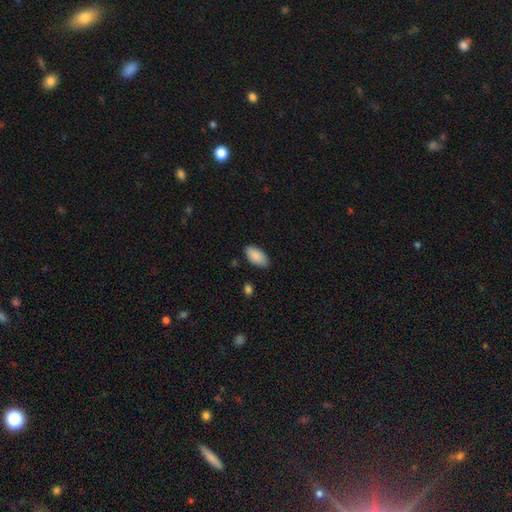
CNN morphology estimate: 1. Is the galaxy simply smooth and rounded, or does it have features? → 89% smooth, 6% star or artifact, 5% featured or disk.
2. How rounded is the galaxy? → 94% in between, 4% cigar-shaped, 2% round.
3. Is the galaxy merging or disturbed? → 86% none, 11% minor disturbance, 2% major disturbance, 1% merger.